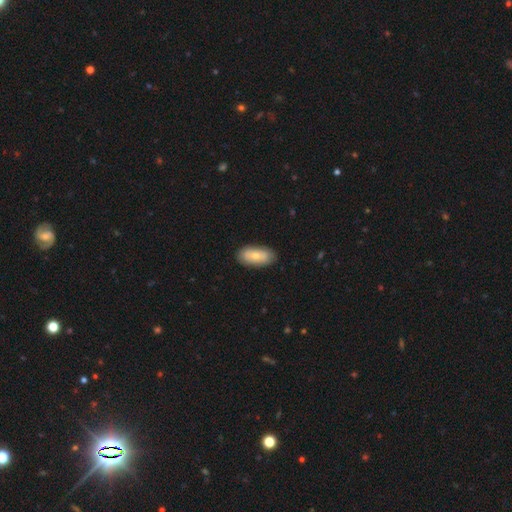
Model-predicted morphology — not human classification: The model was most divided on "smooth or featured": smooth: 67%, featured or disk: 27%, star or artifact: 6%. More confident: how rounded — in between (91%); merging — none (85%).